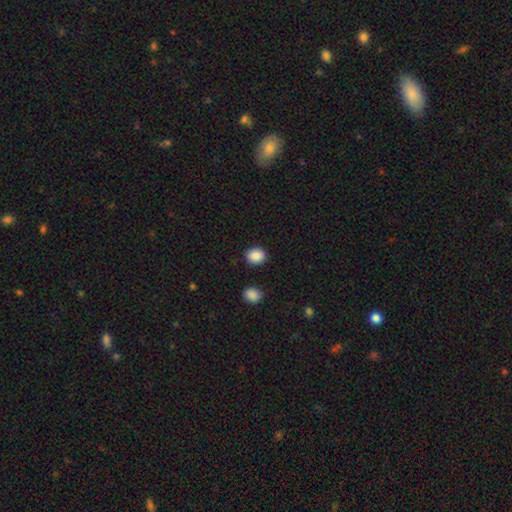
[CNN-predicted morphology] A smooth galaxy with no disk features (88%) that is round (68%).

Vote fractions:
- Smooth or featured? smooth: 88% / star or artifact: 8% / featured or disk: 3%
- How rounded? round: 68% / in between: 31% / cigar-shaped: 1%
- Merging? none: 88% / minor disturbance: 7% / merger: 2% / major disturbance: 2%